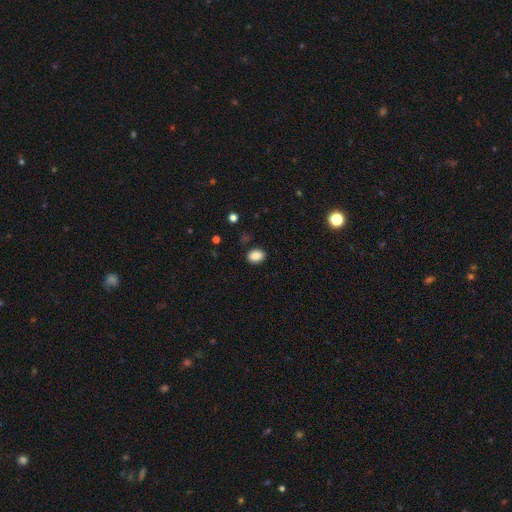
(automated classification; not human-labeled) smooth_or_featured: smooth (p=0.87) [alt: star or artifact p=0.09]
how_rounded: in between (p=0.68) [alt: round p=0.31]
merging: none (p=0.87) [alt: minor disturbance p=0.09]